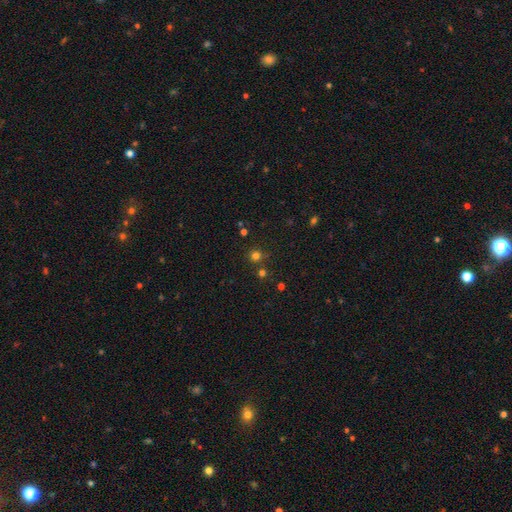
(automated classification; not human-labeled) smooth 69%, star or artifact 25%, featured or disk 6%. Down the decision tree: how rounded — round (93%); merging — none (77%).